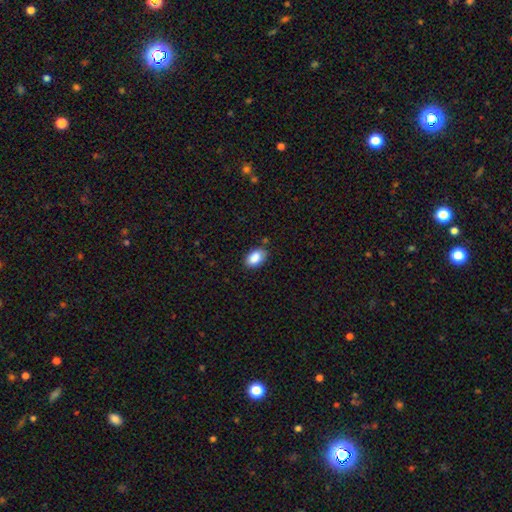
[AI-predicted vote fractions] smooth-or-featured: smooth: 88% | star or artifact: 7% | featured or disk: 4%
  how-rounded: in between: 91% | round: 8% | cigar-shaped: 1%
  merging: none: 83% | minor disturbance: 13% | major disturbance: 2% | merger: 2%